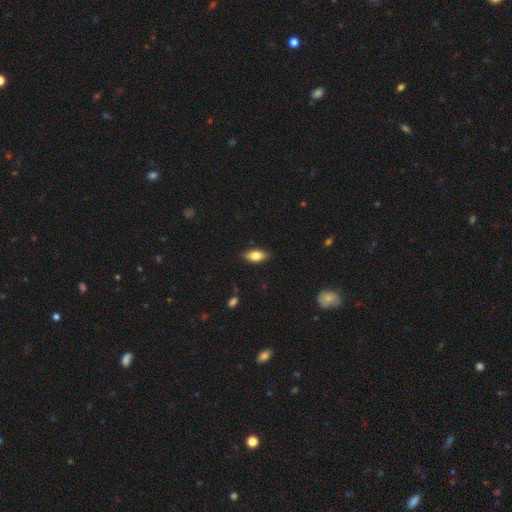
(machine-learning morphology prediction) smooth 80%, featured or disk 13%, star or artifact 7%. Down the decision tree: how rounded — in between (90%); merging — none (88%).